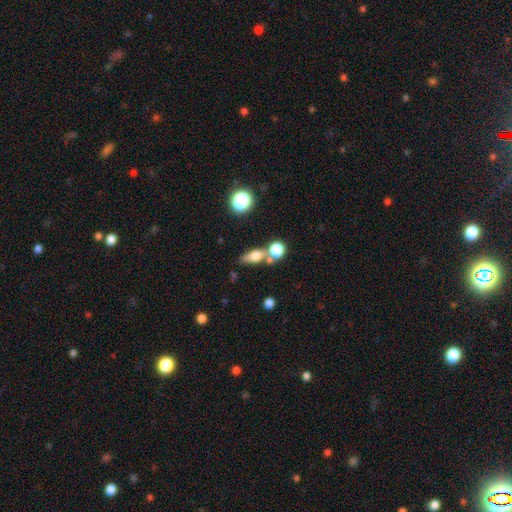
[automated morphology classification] Smooth or featured? smooth (65%)
How rounded? in between (58%)
Merging? none (55%)